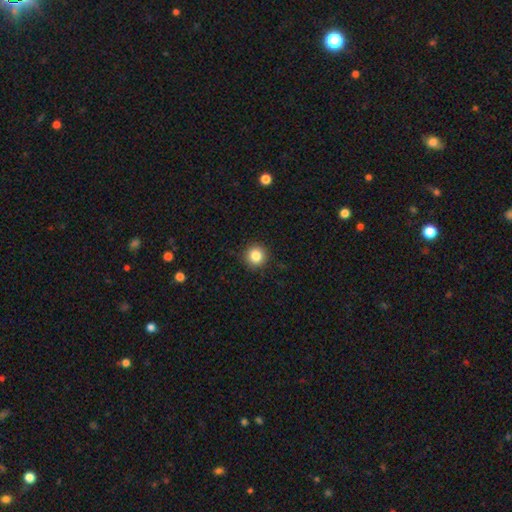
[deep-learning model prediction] Smooth or featured: smooth — 83% (star or artifact — 11%)
How rounded: round — 95% (in between — 4%)
Merging: none — 92% (minor disturbance — 5%)